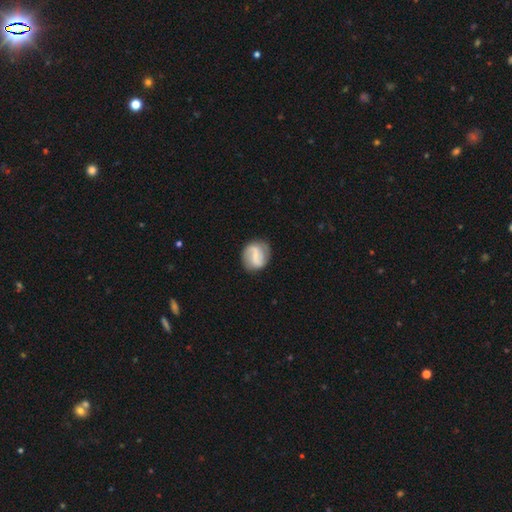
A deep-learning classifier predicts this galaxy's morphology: Smooth or featured?
  - featured or disk: 70% *
  - smooth: 24%
  - star or artifact: 6%
Edge-on disk?
  - no: 98% *
  - yes: 2%
Bar?
  - weak: 48% *
  - strong: 34%
  - no: 19%
Spiral arms?
  - yes: 89% *
  - no: 11%
Spiral winding?
  - medium: 43% *
  - loose: 34%
  - tight: 22%
Spiral arm count?
  - 2: 86% *
  - can't tell: 7%
  - 1: 3%
  - 3: 2%
  - 4: 1%
  - more than 4: 1%
Bulge size?
  - small: 54% *
  - none: 22%
  - moderate: 21%
  - large: 2%
  - dominant: 1%
Merging?
  - none: 80% *
  - minor disturbance: 14%
  - major disturbance: 5%
  - merger: 2%